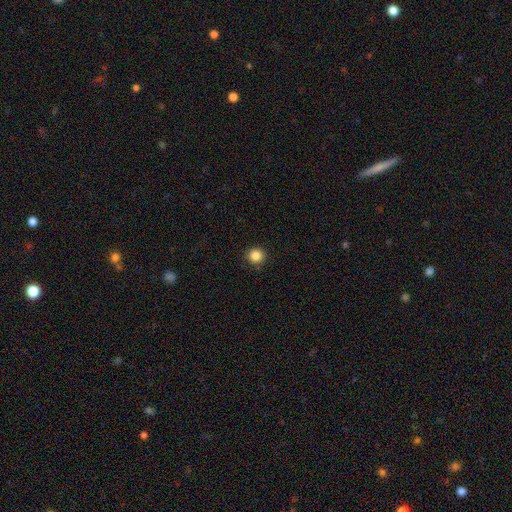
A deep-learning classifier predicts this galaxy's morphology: smooth_or_featured: smooth (p=0.86) [alt: star or artifact p=0.11]
how_rounded: round (p=0.94) [alt: in between p=0.05]
merging: none (p=0.91) [alt: minor disturbance p=0.06]